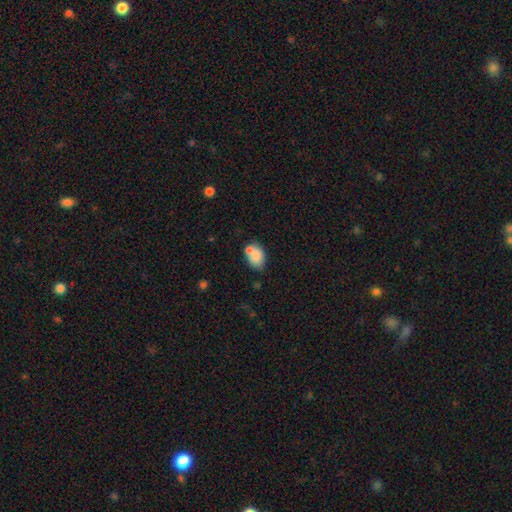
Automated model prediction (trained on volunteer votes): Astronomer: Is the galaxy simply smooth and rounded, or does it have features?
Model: smooth — 81%.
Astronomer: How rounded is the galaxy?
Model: in between — 81%.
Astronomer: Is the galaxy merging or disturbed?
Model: none — 54%.